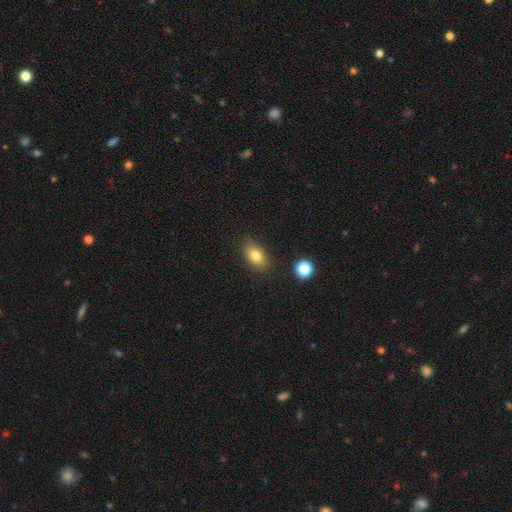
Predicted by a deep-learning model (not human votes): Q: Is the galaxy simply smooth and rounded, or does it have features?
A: smooth — 79%.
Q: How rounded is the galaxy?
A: in between — 86%.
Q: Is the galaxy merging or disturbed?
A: none — 84%.